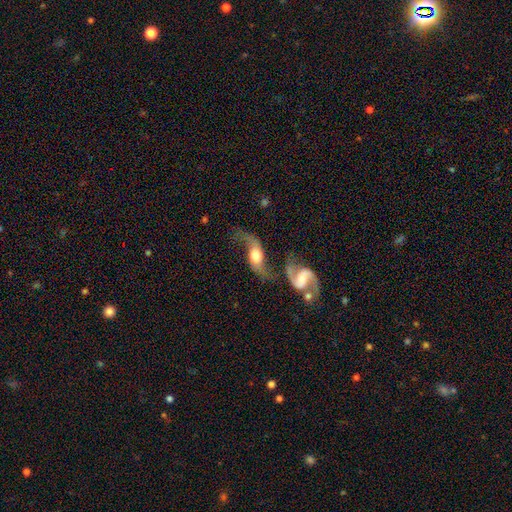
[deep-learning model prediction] Q: Smooth or featured?
A: featured or disk (79%); runner-up: smooth (15%)
Q: Edge-on disk?
A: no (88%); runner-up: yes (12%)
Q: Bar?
A: no (50%); runner-up: weak (34%)
Q: Spiral arms?
A: yes (92%); runner-up: no (8%)
Q: Spiral winding?
A: loose (83%); runner-up: medium (14%)
Q: Spiral arm count?
A: 2 (89%); runner-up: 1 (6%)
Q: Bulge size?
A: moderate (50%); runner-up: large (31%)
Q: Merging?
A: none (38%); runner-up: merger (33%)